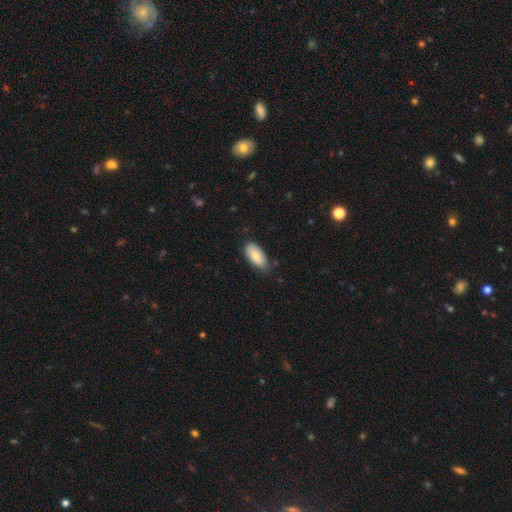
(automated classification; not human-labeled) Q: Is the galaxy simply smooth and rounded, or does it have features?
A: smooth — 80%.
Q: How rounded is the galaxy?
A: in between — 93%.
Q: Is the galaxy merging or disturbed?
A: none — 75%.